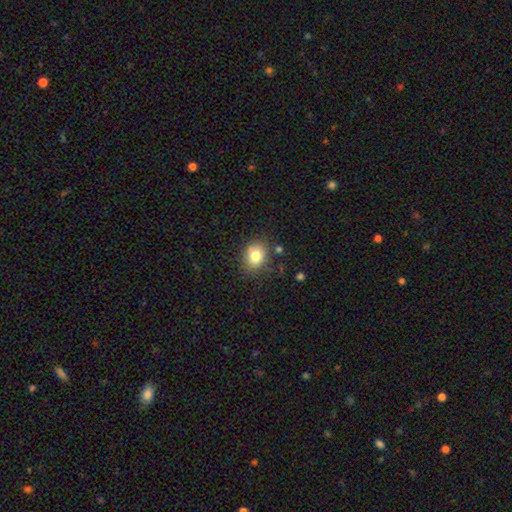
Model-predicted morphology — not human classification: This is likely a smooth galaxy (80%). How rounded: possibly round (55%). Merging: likely none (78%).